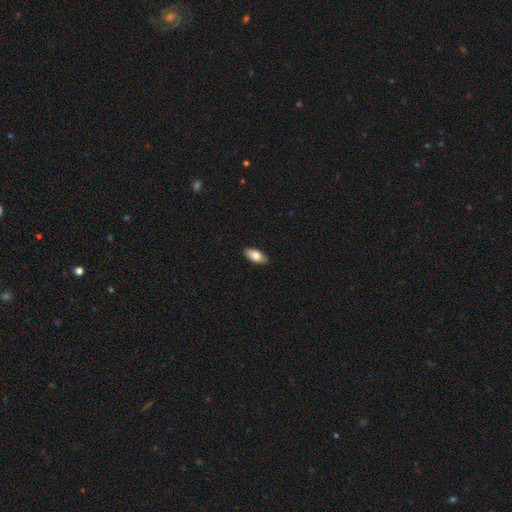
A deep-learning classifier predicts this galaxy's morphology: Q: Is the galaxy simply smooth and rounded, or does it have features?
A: smooth — 81%.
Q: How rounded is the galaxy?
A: in between — 91%.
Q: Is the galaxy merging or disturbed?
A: none — 89%.